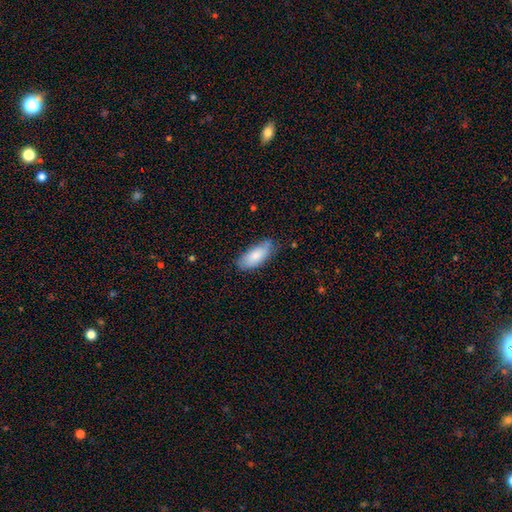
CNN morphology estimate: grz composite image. It shows a smooth galaxy with no disk features (83%) that is in between round and cigar-shaped (87%). Merging: none (73%).